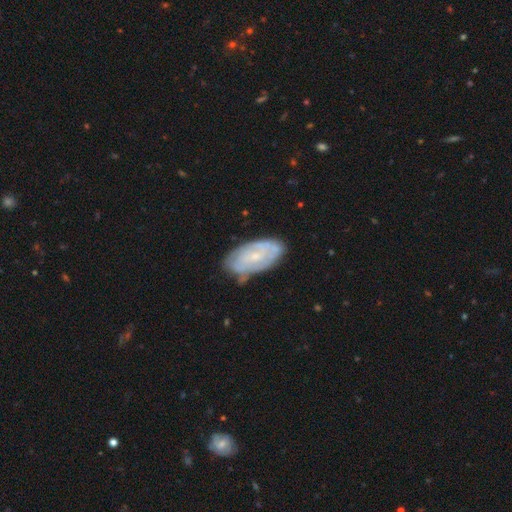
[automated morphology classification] This appears to be a featured or disk galaxy (66%) with no bar (64%), spiral arms (72%) and a small central bulge (72%). Merging: none (71%).